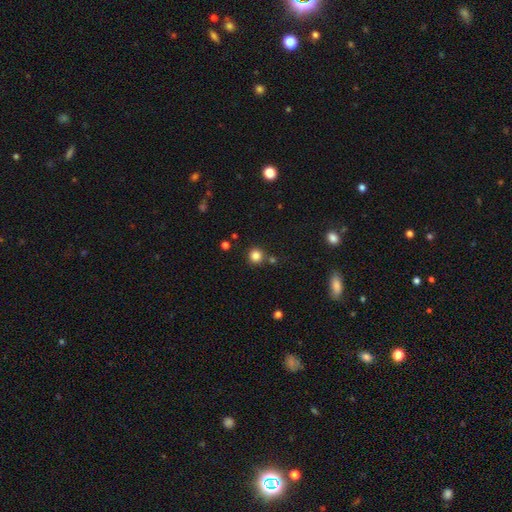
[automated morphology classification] A smooth galaxy with no disk features (82%) that is round (94%).

Vote fractions:
- Smooth or featured? smooth: 82% / star or artifact: 13% / featured or disk: 5%
- How rounded? round: 94% / in between: 5% / cigar-shaped: 1%
- Merging? none: 82% / merger: 8% / minor disturbance: 7% / major disturbance: 2%